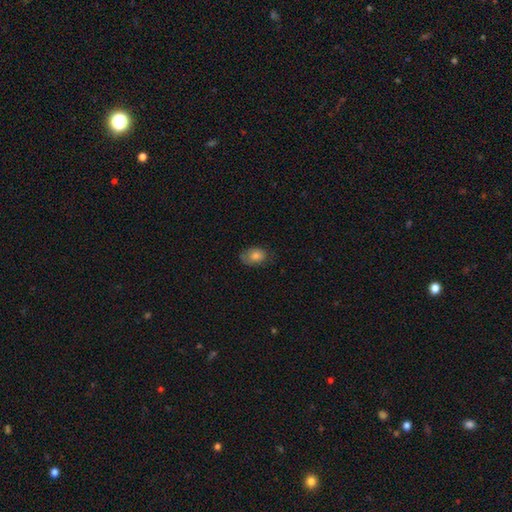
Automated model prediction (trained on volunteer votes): Smooth or featured?
  - smooth: 74% *
  - featured or disk: 16%
  - star or artifact: 9%
How rounded?
  - in between: 77% *
  - round: 22%
  - cigar-shaped: 1%
Merging?
  - none: 67% *
  - minor disturbance: 24%
  - major disturbance: 8%
  - merger: 1%